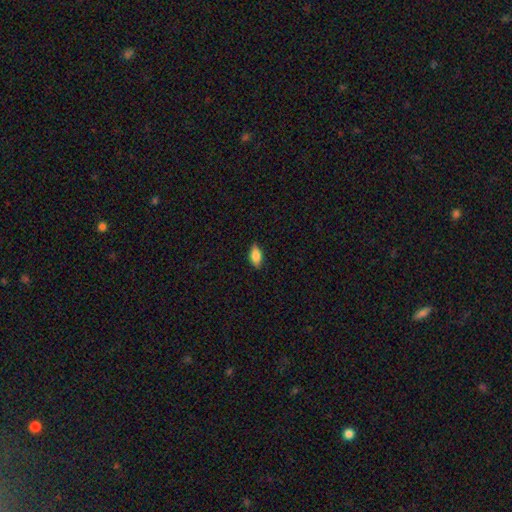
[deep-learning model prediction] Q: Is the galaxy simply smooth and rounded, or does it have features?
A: smooth — 79%.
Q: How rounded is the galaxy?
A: in between — 87%.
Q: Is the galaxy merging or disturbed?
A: none — 85%.